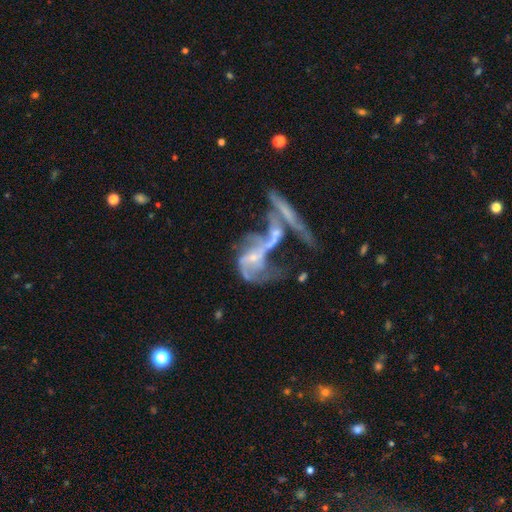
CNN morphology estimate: This appears to be a featured or disk galaxy (79%) with no bar (62%), 2 (49%) loose (55%) spiral arms (78%) and a small central bulge (59%). Merging: merger (56%).